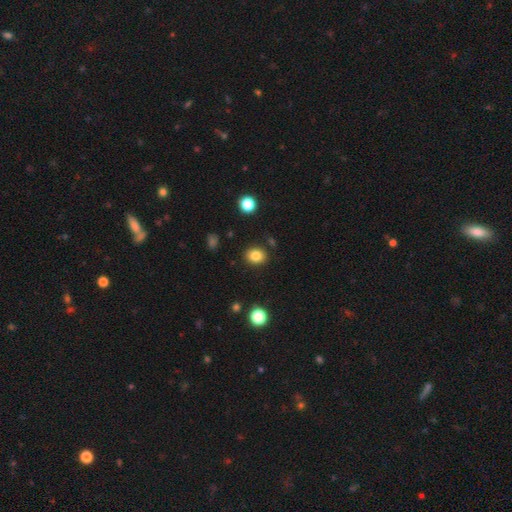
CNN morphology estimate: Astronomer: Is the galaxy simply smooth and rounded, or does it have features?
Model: smooth — 82%.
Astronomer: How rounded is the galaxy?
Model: round — 64%.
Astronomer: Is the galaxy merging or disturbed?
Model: none — 88%.